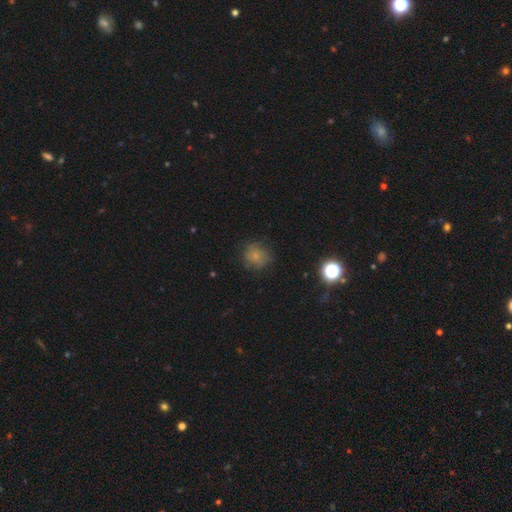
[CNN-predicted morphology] smooth_or_featured: smooth (p=0.72) [alt: star or artifact p=0.14]
how_rounded: round (p=0.83) [alt: in between p=0.16]
merging: none (p=0.73) [alt: minor disturbance p=0.19]